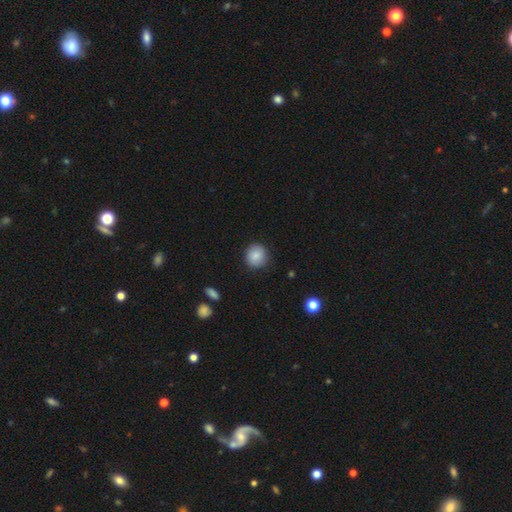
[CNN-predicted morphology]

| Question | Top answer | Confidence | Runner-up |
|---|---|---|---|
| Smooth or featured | smooth | 87% | star or artifact (7%) |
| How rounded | round | 89% | in between (10%) |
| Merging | none | 87% | minor disturbance (9%) |